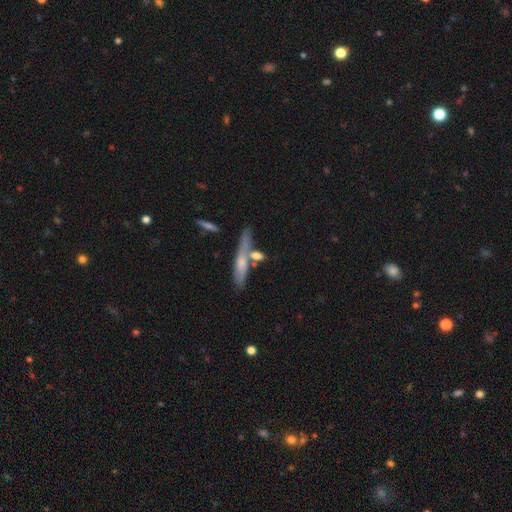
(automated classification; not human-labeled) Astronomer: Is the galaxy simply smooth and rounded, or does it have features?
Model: smooth — 62%.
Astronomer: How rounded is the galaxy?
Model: cigar-shaped — 65%.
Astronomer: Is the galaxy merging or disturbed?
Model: none — 49% (runner-up: merger, 32%).